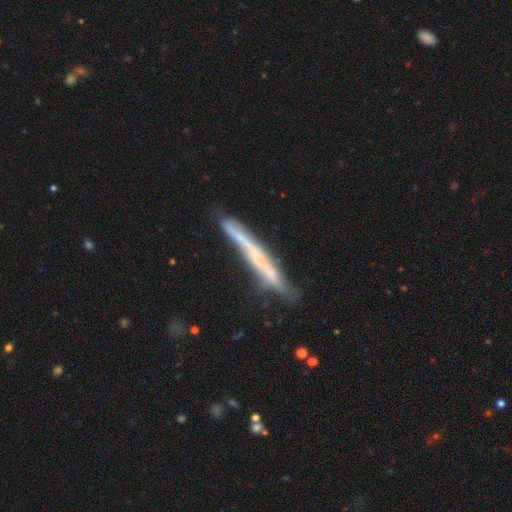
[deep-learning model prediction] featured or disk 60%, smooth 32%, star or artifact 7%. Down the decision tree: edge-on disk — yes (89%); edge-on bulge — none (82%); merging — none (64%).